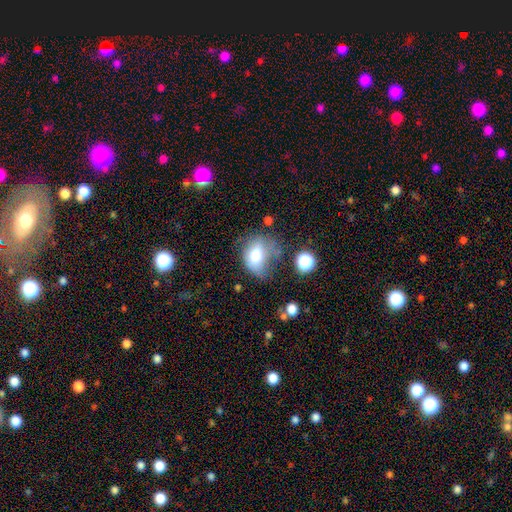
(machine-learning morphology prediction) smooth_or_featured: smooth (p=0.67) [alt: featured or disk p=0.22]
how_rounded: in between (p=0.68) [alt: round p=0.31]
merging: minor disturbance (p=0.32) [alt: none p=0.31]